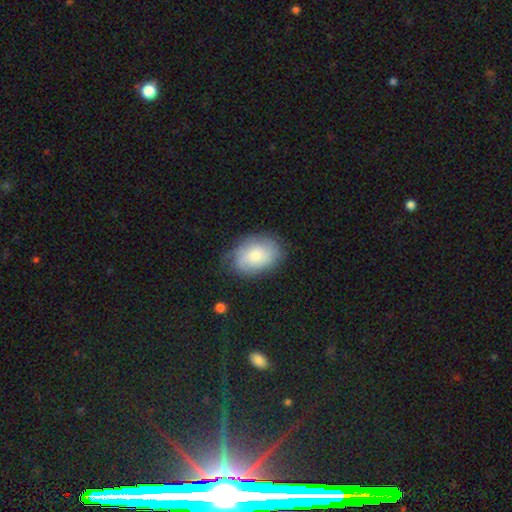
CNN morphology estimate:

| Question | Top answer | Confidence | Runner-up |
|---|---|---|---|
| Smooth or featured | smooth | 58% | featured or disk (34%) |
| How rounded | in between | 77% | round (22%) |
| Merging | none | 67% | minor disturbance (24%) |